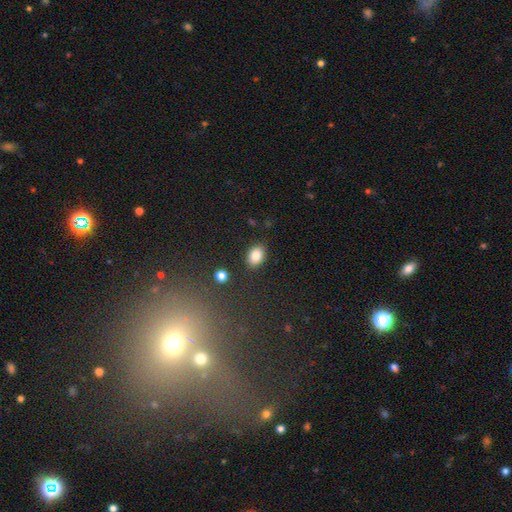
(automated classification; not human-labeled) Smooth or featured: smooth — 84% (star or artifact — 9%)
How rounded: in between — 77% (round — 21%)
Merging: none — 86% (minor disturbance — 10%)